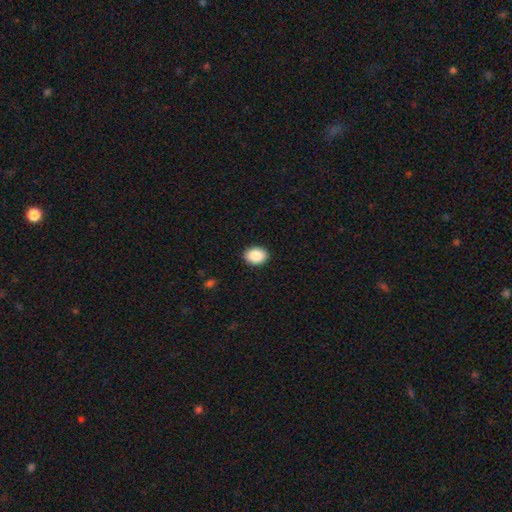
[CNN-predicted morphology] A smooth galaxy with no disk features (89%) that is in between round and cigar-shaped (66%).

Vote fractions:
- Smooth or featured? smooth: 89% / star or artifact: 7% / featured or disk: 4%
- How rounded? in between: 66% / round: 33% / cigar-shaped: 1%
- Merging? none: 91% / minor disturbance: 7% / major disturbance: 2% / merger: 1%